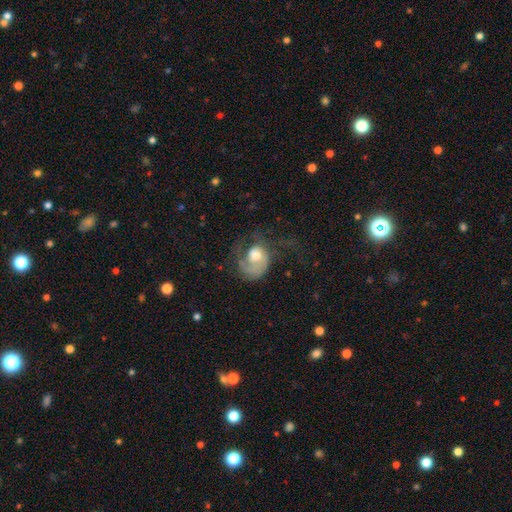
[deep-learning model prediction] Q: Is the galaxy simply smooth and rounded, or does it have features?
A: featured or disk — 62%.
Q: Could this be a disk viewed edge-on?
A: no — 98%.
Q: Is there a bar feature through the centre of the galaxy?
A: no — 77%.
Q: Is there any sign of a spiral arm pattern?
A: yes — 80%.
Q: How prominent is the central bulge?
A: moderate — 56%.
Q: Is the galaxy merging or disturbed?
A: major disturbance — 50%.